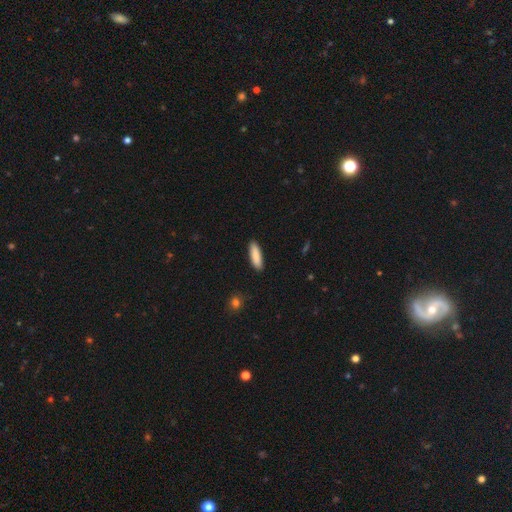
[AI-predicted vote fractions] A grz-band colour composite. It shows a smooth galaxy with no disk features (89%) that is cigar-shaped (58%). Merging: none (90%).